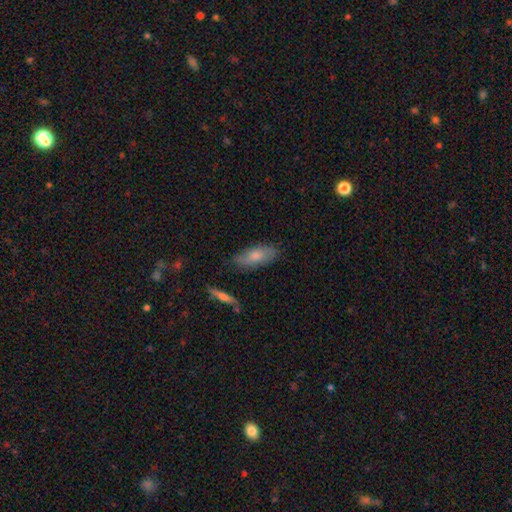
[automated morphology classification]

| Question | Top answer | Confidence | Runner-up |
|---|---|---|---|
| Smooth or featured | smooth | 69% | featured or disk (25%) |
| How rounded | in between | 81% | cigar-shaped (16%) |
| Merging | none | 75% | minor disturbance (19%) |